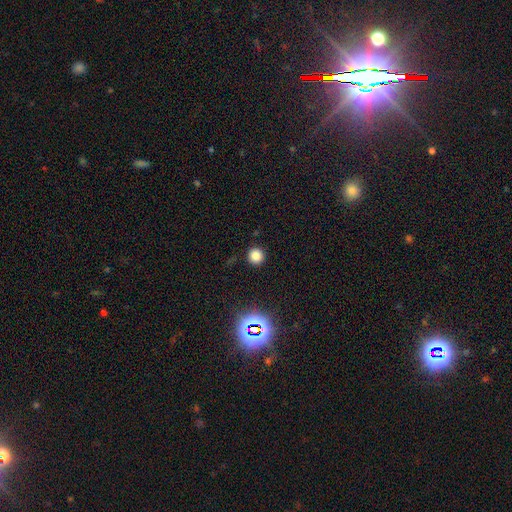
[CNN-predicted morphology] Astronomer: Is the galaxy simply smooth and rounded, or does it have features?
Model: smooth — 80%.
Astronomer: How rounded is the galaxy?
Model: round — 94%.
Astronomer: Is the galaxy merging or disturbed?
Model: none — 91%.